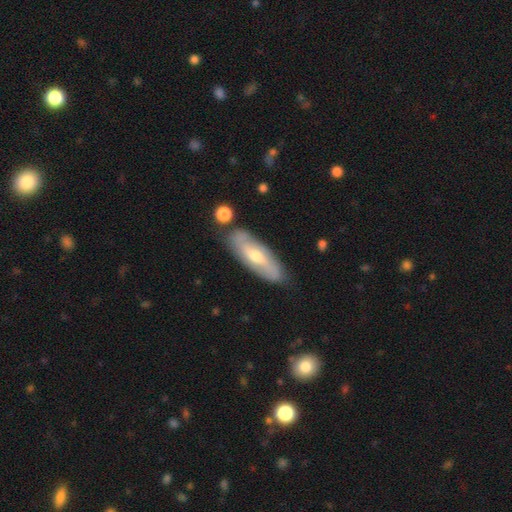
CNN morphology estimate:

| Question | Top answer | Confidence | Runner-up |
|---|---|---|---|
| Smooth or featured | featured or disk | 65% | smooth (30%) |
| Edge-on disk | no | 80% | yes (20%) |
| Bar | weak | 42% | tied: no (42%) |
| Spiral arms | yes | 81% | no (19%) |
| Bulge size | moderate | 59% | small (35%) |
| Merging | none | 79% | minor disturbance (14%) |